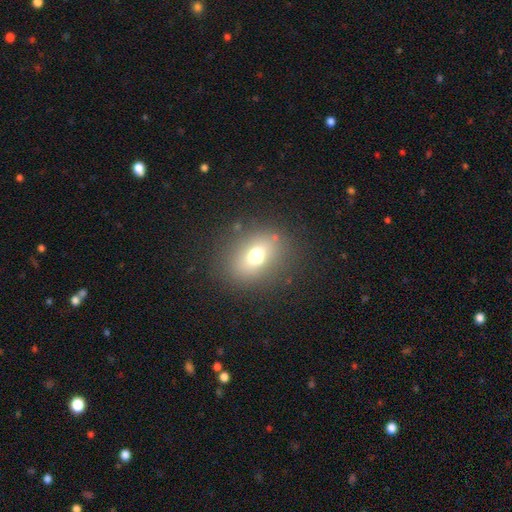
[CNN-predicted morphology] smooth 66%, featured or disk 18%, star or artifact 16%. Down the decision tree: how rounded — in between (55%); merging — none (79%).